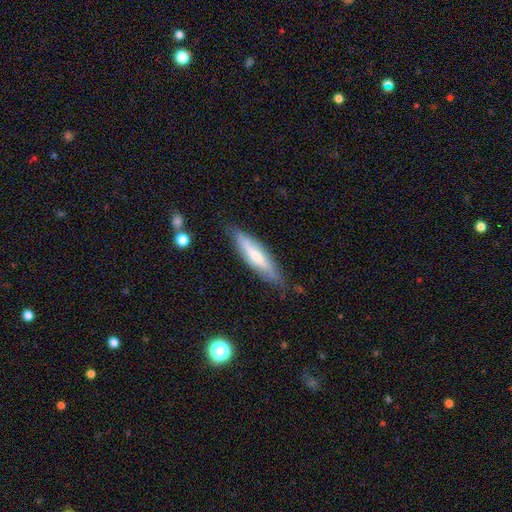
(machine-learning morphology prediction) smooth 50%, featured or disk 44%, star or artifact 6%. Down the decision tree: merging — none (78%).